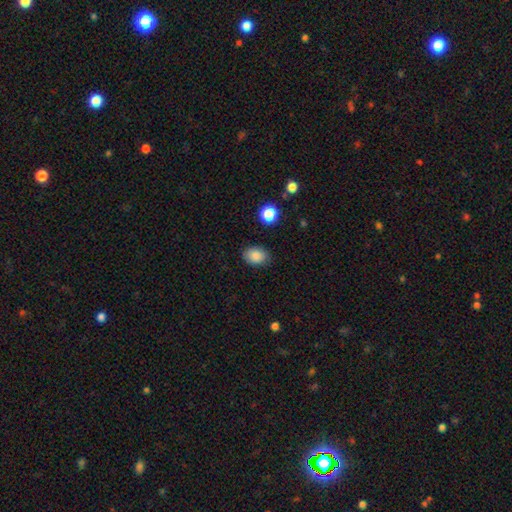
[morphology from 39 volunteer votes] A smooth galaxy with no disk features (92%) that is in between round and cigar-shaped (67%). Merging: none (89%).